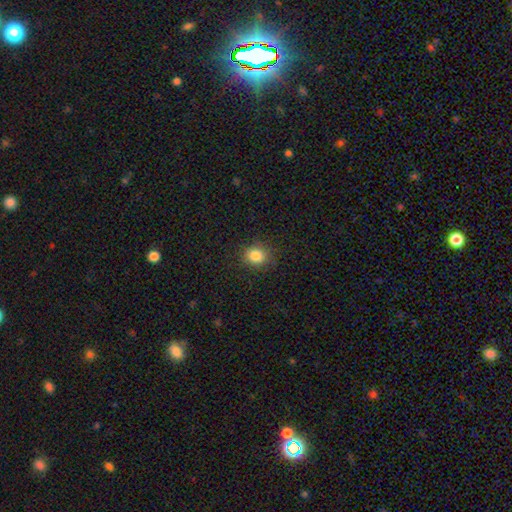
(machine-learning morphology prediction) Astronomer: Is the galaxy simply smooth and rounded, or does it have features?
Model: smooth — 84%.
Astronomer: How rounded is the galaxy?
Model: round — 78%.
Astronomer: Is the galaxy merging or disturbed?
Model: none — 85%.